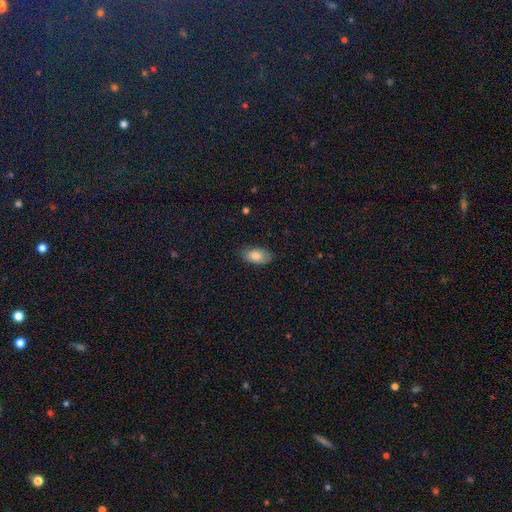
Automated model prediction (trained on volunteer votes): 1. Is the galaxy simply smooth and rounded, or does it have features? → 83% smooth, 10% featured or disk, 7% star or artifact.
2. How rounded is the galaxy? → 93% in between, 4% cigar-shaped, 3% round.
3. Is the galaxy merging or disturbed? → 83% none, 13% minor disturbance, 3% major disturbance, 1% merger.